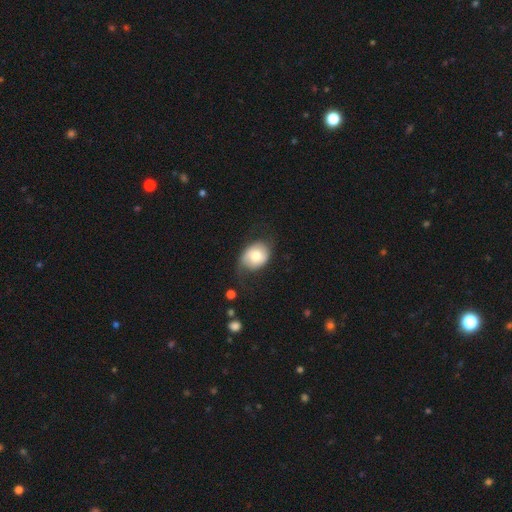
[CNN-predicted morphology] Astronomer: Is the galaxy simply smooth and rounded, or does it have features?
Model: smooth — 64%.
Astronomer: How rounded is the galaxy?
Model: in between — 57% (runner-up: round, 42%).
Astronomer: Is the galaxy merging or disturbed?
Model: none — 54% (runner-up: minor disturbance, 29%).